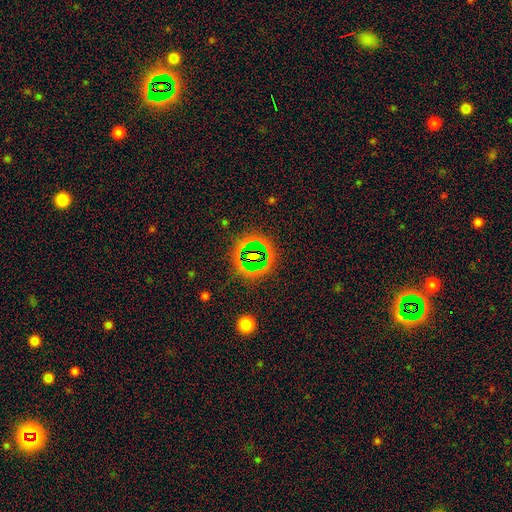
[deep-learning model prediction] The model was most divided on "smooth or featured": star or artifact: 74%, smooth: 16%, featured or disk: 10%.